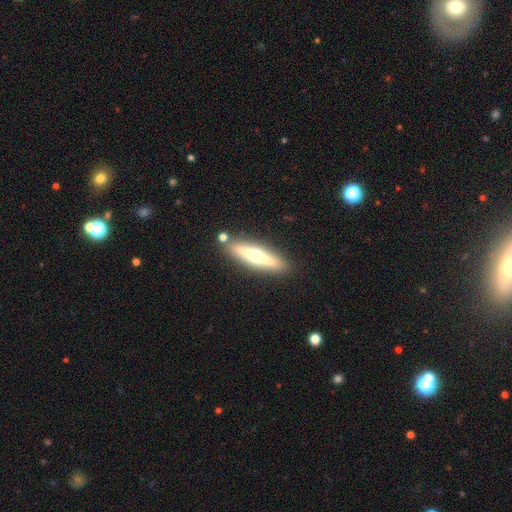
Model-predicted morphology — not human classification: Overall: featured or disk (55%; smooth 39%). Edge-on disk: yes (91%). Edge-on bulge: rounded (92%). Merging: none (84%).